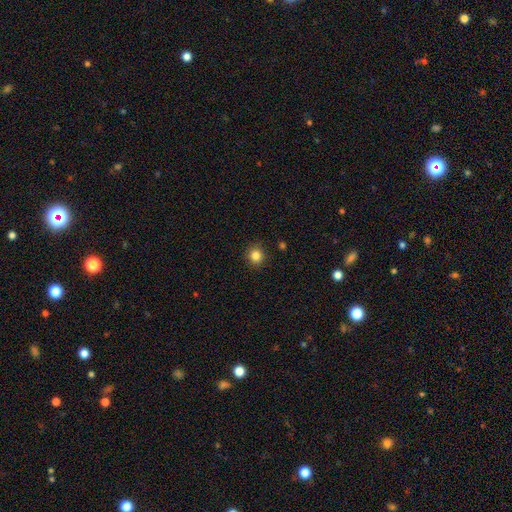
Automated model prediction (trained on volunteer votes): Smooth or featured?
  - smooth: 83% *
  - star or artifact: 12%
  - featured or disk: 5%
How rounded?
  - round: 91% *
  - in between: 8%
  - cigar-shaped: 1%
Merging?
  - none: 91% *
  - minor disturbance: 6%
  - major disturbance: 2%
  - merger: 1%